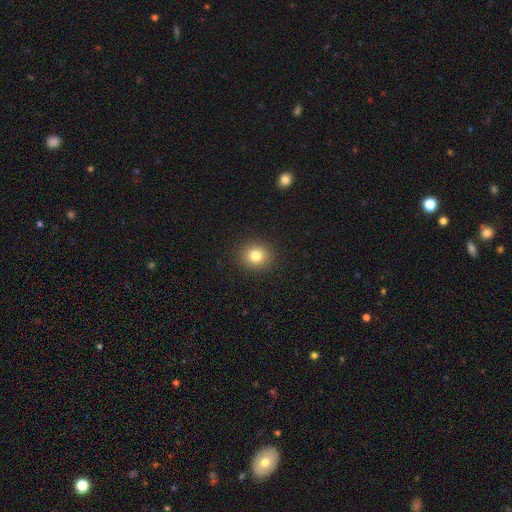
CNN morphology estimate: Smooth or featured? Predicted: smooth (p=0.81). How rounded? Predicted: round (p=0.85). Merging? Predicted: none (p=0.91).